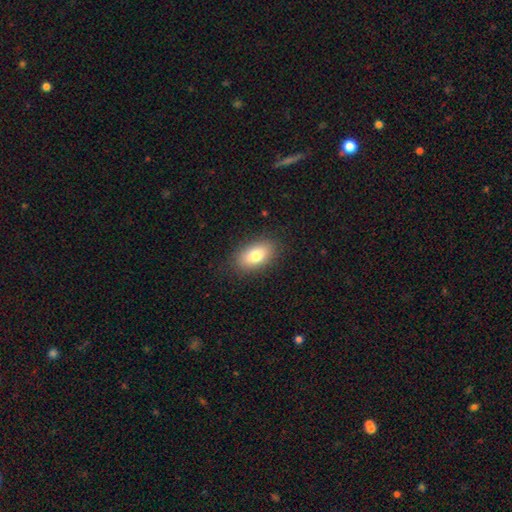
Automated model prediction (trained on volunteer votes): Smooth or featured? Predicted: smooth (p=0.79). How rounded? Predicted: in between (p=0.91). Merging? Predicted: none (p=0.86).